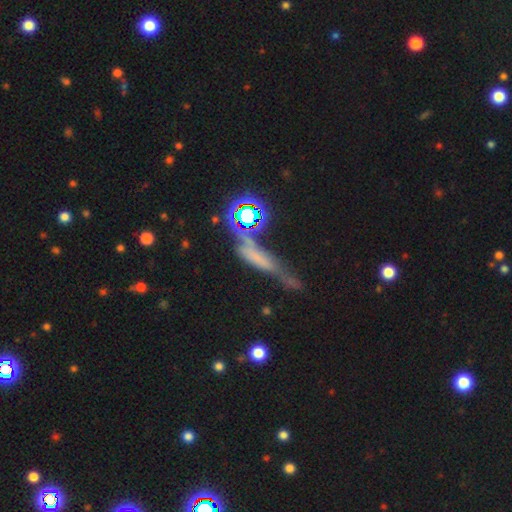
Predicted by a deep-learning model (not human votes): Smooth or featured? Predicted: smooth (p=0.38). Merging? Predicted: none (p=0.45).